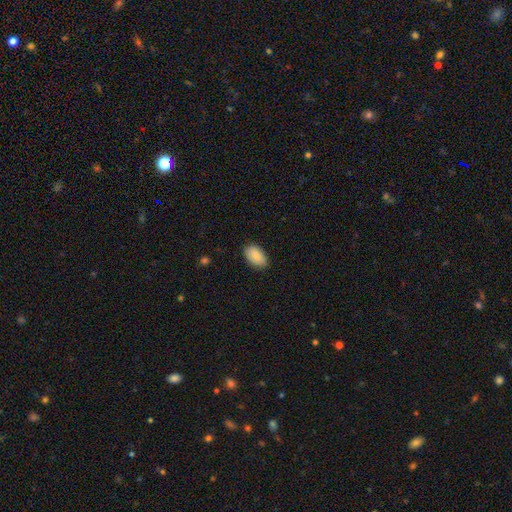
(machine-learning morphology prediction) Overall: smooth (86%). How rounded: in between (93%). Merging: none (82%).